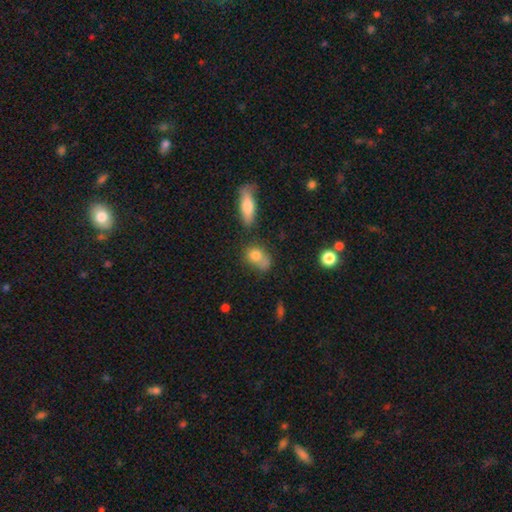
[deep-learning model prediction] Q: Smooth or featured?
A: smooth (75%); runner-up: featured or disk (14%)
Q: How rounded?
A: in between (62%); runner-up: round (35%)
Q: Merging?
A: none (40%); runner-up: merger (25%)